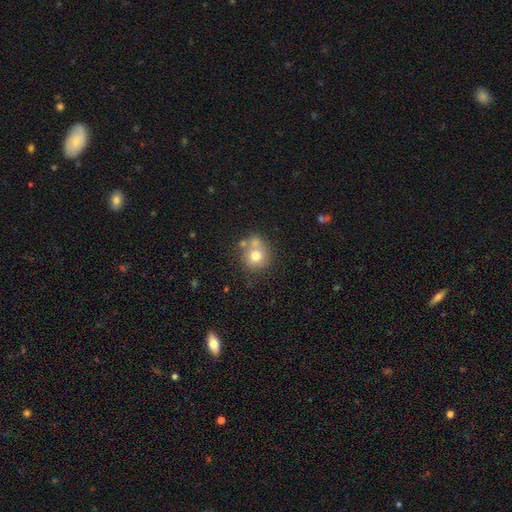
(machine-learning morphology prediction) This is likely a smooth galaxy (72%). How rounded: clearly round (82%). Merging: possibly none (53%).